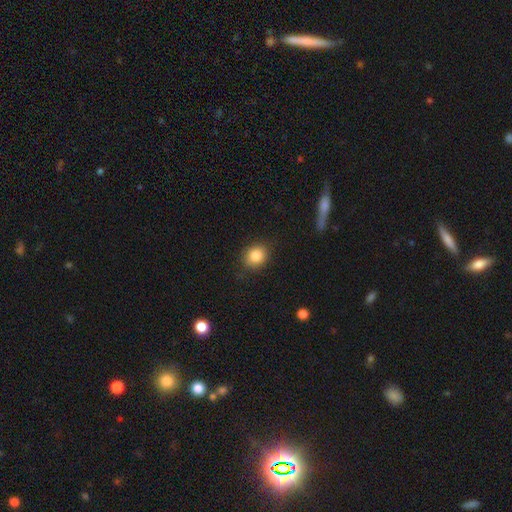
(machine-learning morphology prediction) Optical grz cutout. It shows a smooth galaxy with no disk features (85%) that is round (61%). Merging: none (85%).